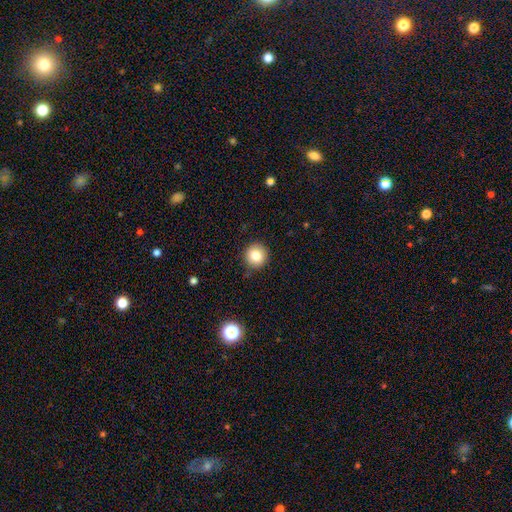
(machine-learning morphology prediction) smooth-or-featured: smooth: 82% | star or artifact: 10% | featured or disk: 8%
  how-rounded: round: 93% | in between: 6% | cigar-shaped: 1%
  merging: none: 88% | minor disturbance: 9% | major disturbance: 2% | merger: 1%